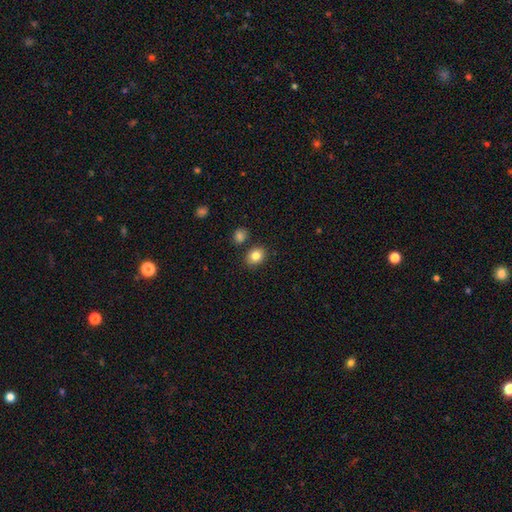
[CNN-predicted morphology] Smooth or featured?
  - smooth: 83% *
  - star or artifact: 10%
  - featured or disk: 7%
How rounded?
  - round: 55% *
  - in between: 44%
  - cigar-shaped: 1%
Merging?
  - none: 82% *
  - minor disturbance: 9%
  - merger: 6%
  - major disturbance: 2%